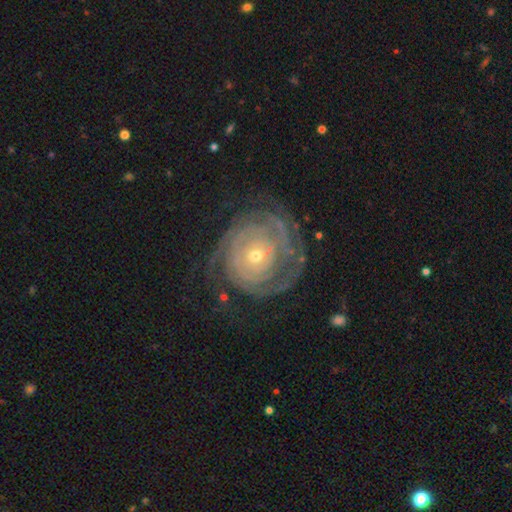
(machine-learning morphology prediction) This is clearly a featured or disk galaxy (86%). It is clearly not viewed edge-on (97%). Bar: likely no (77%). Spiral arm pattern: clearly yes (94%). Spiral arm count: marginally can't tell (34%). Spiral winding: likely tight (79%). Central bulge: likely small (66%). Merging: likely none (69%).